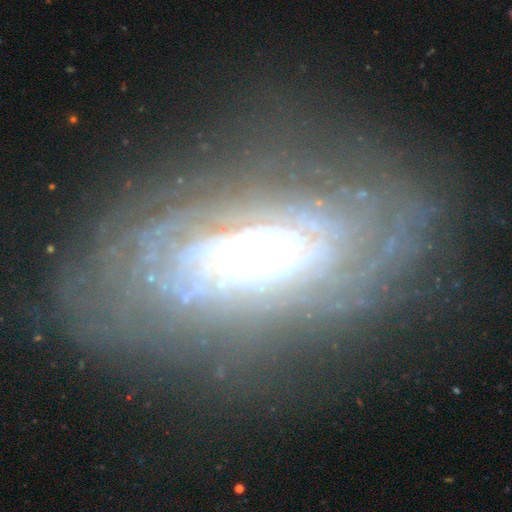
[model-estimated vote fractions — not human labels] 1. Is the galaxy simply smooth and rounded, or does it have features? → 82% featured or disk, 11% smooth, 7% star or artifact.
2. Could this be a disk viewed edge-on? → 88% no, 12% yes.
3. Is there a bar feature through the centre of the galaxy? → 67% no, 22% weak, 12% strong.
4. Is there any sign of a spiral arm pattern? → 87% yes, 13% no.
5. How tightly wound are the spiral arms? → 79% tight, 15% medium, 5% loose.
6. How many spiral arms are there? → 50% can't tell, 17% more than 4, 10% 2, 9% 4, 8% 3, 6% 1.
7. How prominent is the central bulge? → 56% moderate, 23% large, 17% small, 3% dominant, 2% none.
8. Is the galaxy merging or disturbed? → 74% none, 16% minor disturbance, 8% major disturbance, 2% merger.